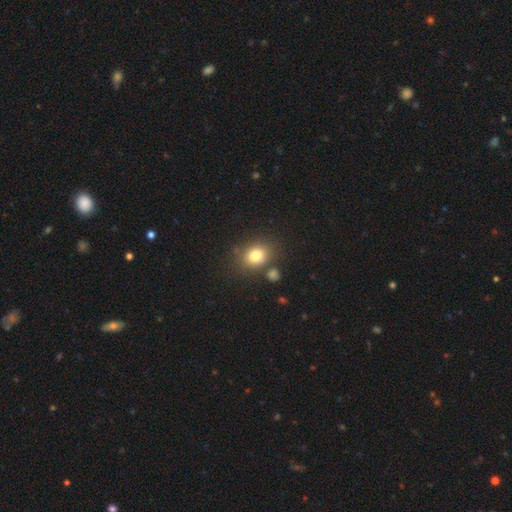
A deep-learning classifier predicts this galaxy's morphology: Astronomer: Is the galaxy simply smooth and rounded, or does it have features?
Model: smooth — 79%.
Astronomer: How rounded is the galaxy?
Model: round — 50% (runner-up: in between, 49%).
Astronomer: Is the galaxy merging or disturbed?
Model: none — 71%.